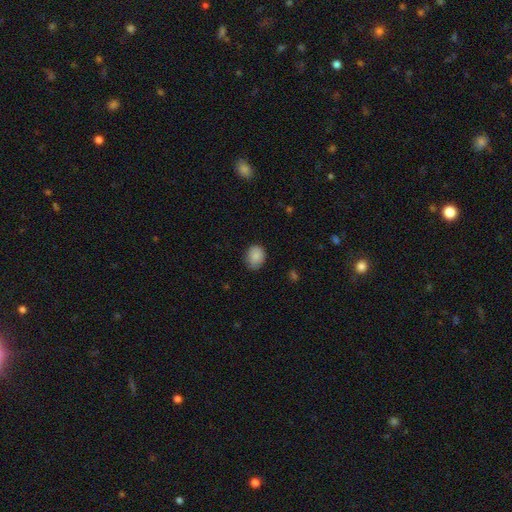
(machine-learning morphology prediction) smooth_or_featured: smooth (p=0.87) [alt: star or artifact p=0.08]
how_rounded: in between (p=0.53) [alt: round p=0.47]
merging: none (p=0.76) [alt: minor disturbance p=0.20]